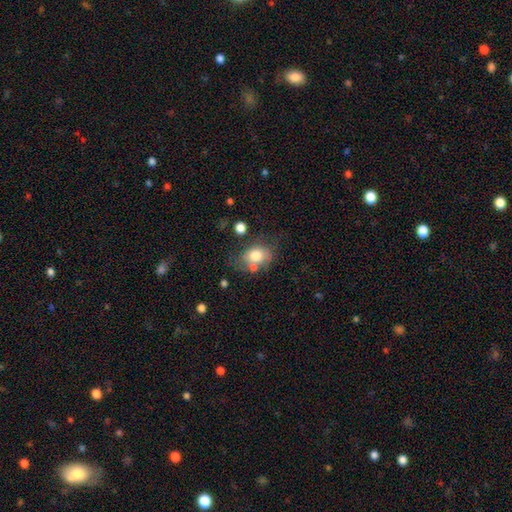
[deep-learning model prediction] Smooth or featured?
  - smooth: 74% *
  - featured or disk: 17%
  - star or artifact: 9%
How rounded?
  - in between: 61% *
  - round: 38%
  - cigar-shaped: 1%
Merging?
  - none: 51% *
  - minor disturbance: 23%
  - merger: 16%
  - major disturbance: 10%